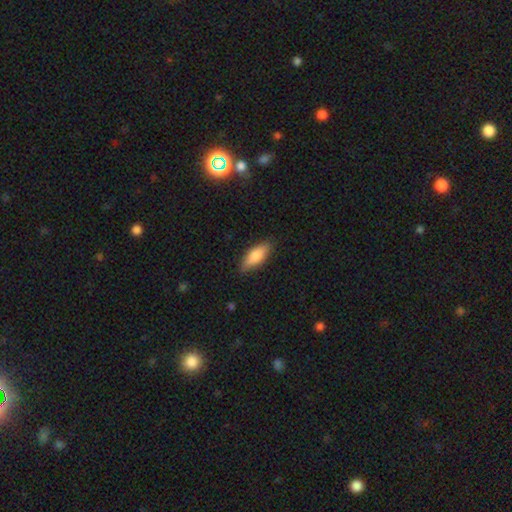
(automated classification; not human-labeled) The model was most divided on "how rounded": in between: 69%, cigar-shaped: 29%, round: 2%. More confident: merging — none (84%); smooth or featured — smooth (79%).